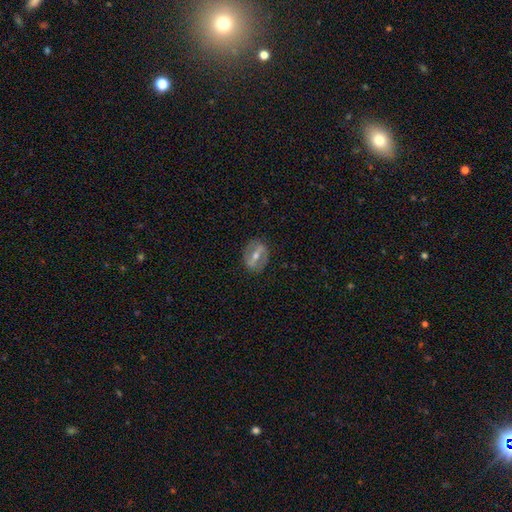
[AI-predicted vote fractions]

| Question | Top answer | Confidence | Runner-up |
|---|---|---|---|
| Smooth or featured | featured or disk | 71% | smooth (21%) |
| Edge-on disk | no | 88% | yes (12%) |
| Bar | strong | 63% | weak (26%) |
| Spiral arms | no | 51% | yes (49%) |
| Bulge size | moderate | 54% | small (41%) |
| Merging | none | 85% | minor disturbance (11%) |